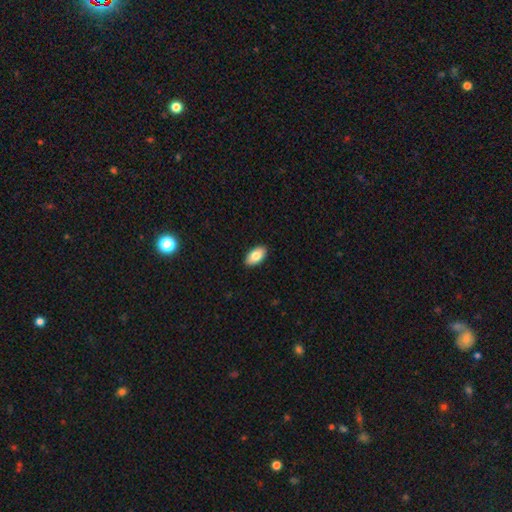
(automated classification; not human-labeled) A smooth galaxy with no disk features (82%) that is in between round and cigar-shaped (94%). Merging: none (91%).